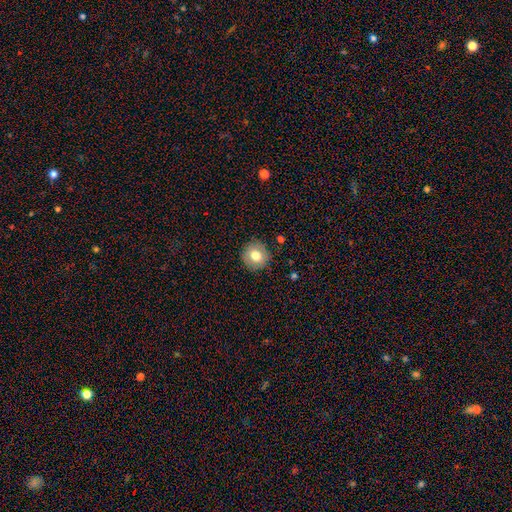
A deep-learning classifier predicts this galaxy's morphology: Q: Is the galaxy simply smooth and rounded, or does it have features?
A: smooth — 75%.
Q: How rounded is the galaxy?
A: round — 92%.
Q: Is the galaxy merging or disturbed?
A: none — 88%.